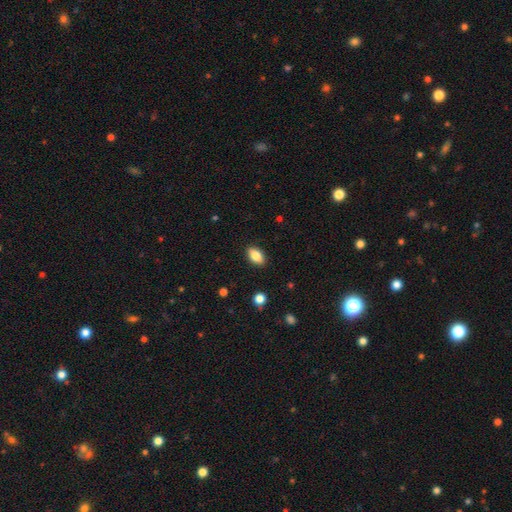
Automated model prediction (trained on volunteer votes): Smooth or featured? Predicted: smooth (p=0.84). How rounded? Predicted: in between (p=0.89). Merging? Predicted: none (p=0.89).